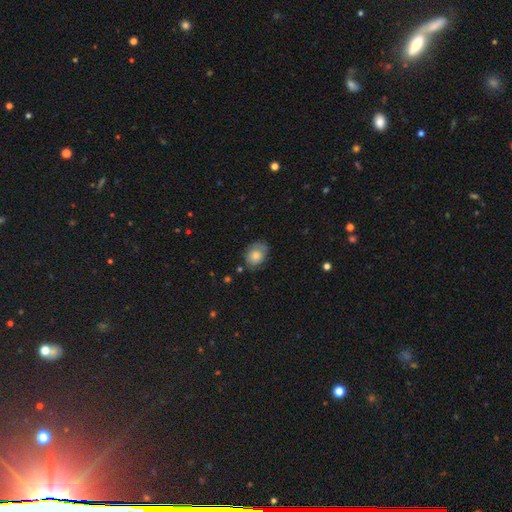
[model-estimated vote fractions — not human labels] smooth_or_featured: smooth (p=0.74) [alt: featured or disk p=0.18]
how_rounded: in between (p=0.60) [alt: round p=0.39]
merging: none (p=0.63) [alt: minor disturbance p=0.27]